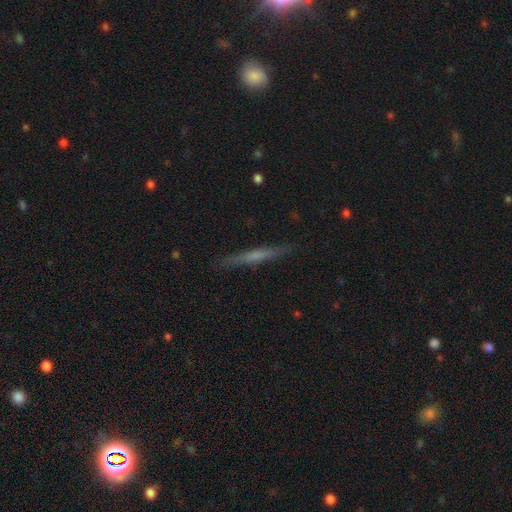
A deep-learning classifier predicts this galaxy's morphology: Smooth or featured? Predicted: featured or disk (p=0.53). Edge-on disk? Predicted: yes (p=0.97). Edge-on bulge? Predicted: none (p=0.57). Merging? Predicted: none (p=0.90).